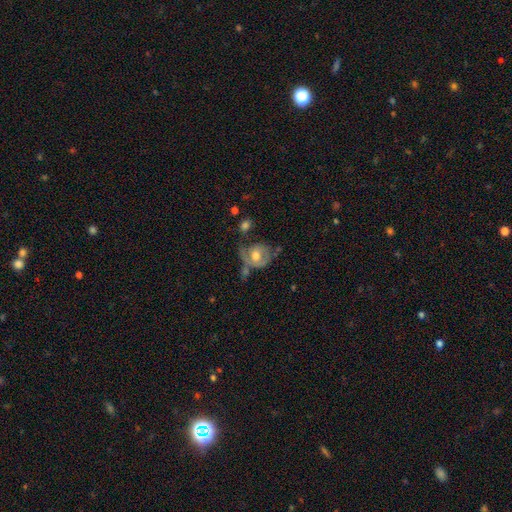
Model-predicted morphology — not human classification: Smooth or featured? Predicted: featured or disk (p=0.55). Edge-on disk? Predicted: no (p=0.95). Bar? Predicted: no (p=0.76). Spiral arms? Predicted: yes (p=0.57). Bulge size? Predicted: moderate (p=0.70). Merging? Predicted: none (p=0.35).